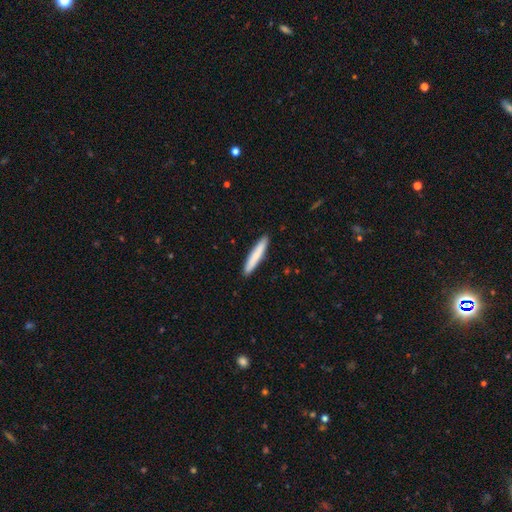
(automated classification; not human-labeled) Q: Smooth or featured?
A: smooth (79%); runner-up: featured or disk (16%)
Q: How rounded?
A: cigar-shaped (93%); runner-up: in between (6%)
Q: Merging?
A: none (91%); runner-up: minor disturbance (6%)